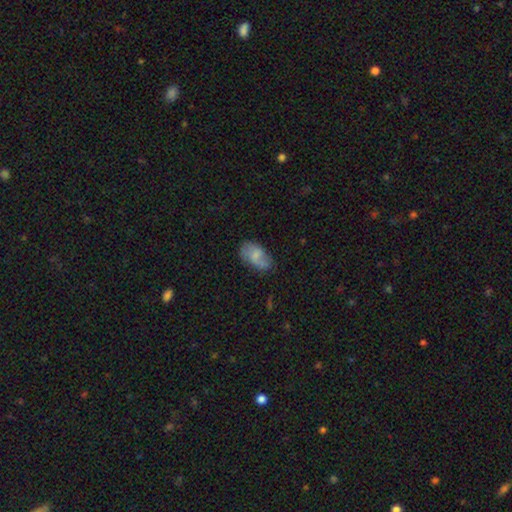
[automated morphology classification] This appears to be a smooth galaxy with no disk features (64%) that is in between round and cigar-shaped (92%). Merging: none (58%).